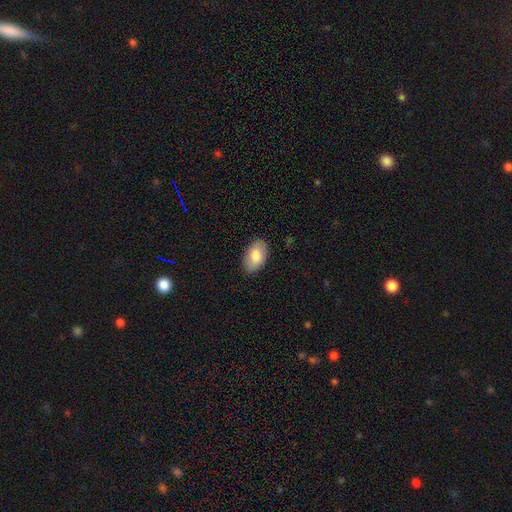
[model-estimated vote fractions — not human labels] Smooth or featured: smooth — 83% (featured or disk — 11%)
How rounded: in between — 94% (round — 5%)
Merging: none — 86% (minor disturbance — 10%)